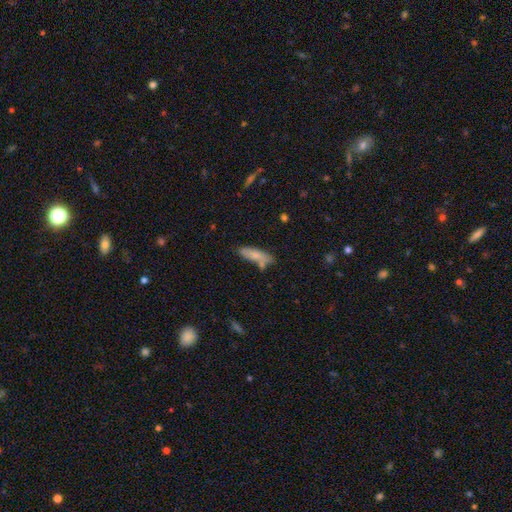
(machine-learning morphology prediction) The model was most divided on "how rounded": cigar-shaped: 54%, in between: 44%, round: 2%. More confident: smooth or featured — smooth (76%); merging — none (63%).